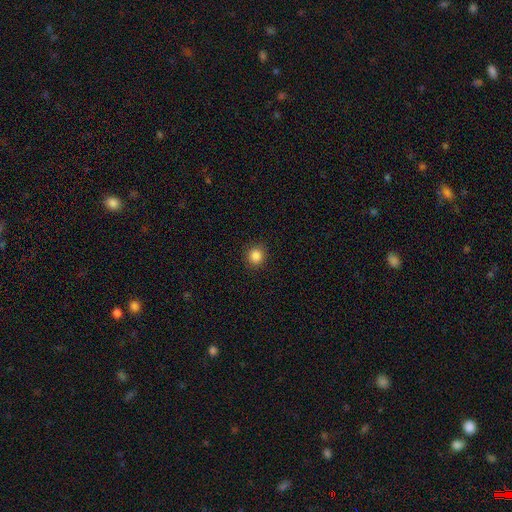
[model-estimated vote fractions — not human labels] smooth 86%, star or artifact 11%, featured or disk 3%. Down the decision tree: how rounded — round (89%); merging — none (91%).